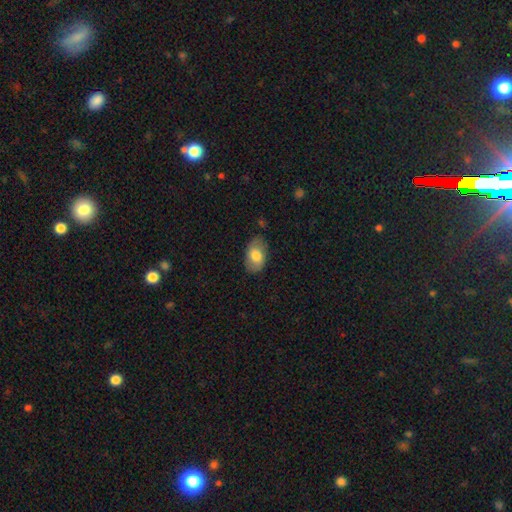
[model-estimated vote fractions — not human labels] This is likely a smooth galaxy (75%). How rounded: clearly in between (91%). Merging: likely none (76%).